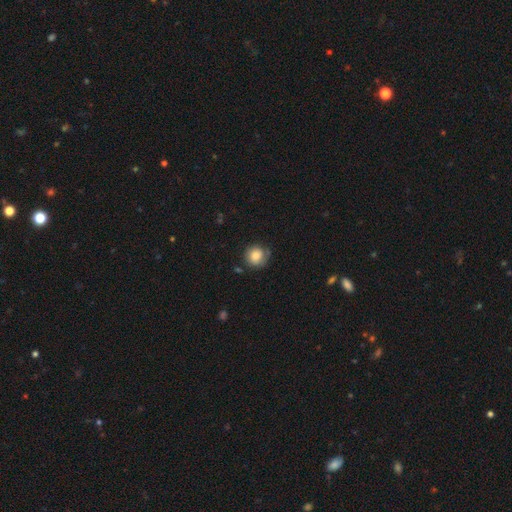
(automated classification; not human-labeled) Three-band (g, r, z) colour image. It shows a smooth galaxy with no disk features (81%) that is round (88%). Merging: none (67%).